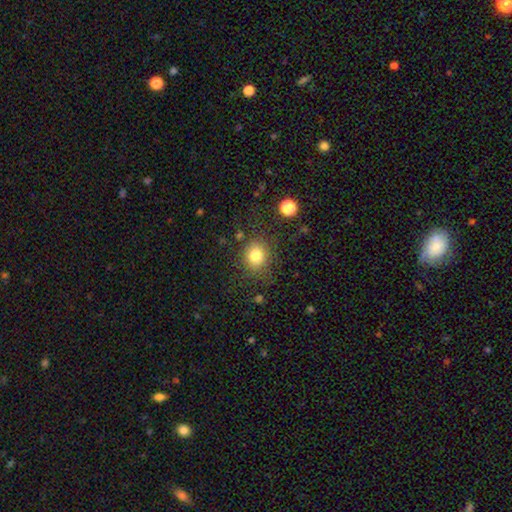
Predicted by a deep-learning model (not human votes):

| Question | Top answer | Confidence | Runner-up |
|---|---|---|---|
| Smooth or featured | smooth | 80% | star or artifact (12%) |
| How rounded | round | 78% | in between (21%) |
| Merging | none | 79% | minor disturbance (12%) |